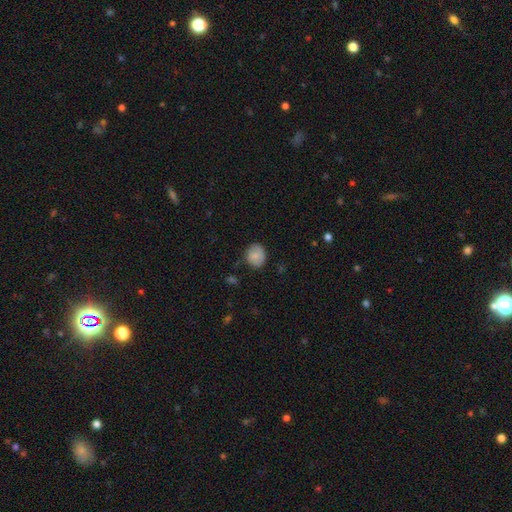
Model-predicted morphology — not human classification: A smooth galaxy with no disk features (81%) that is round (66%).

Vote fractions:
- Smooth or featured? smooth: 81% / featured or disk: 12% / star or artifact: 8%
- How rounded? round: 66% / in between: 33% / cigar-shaped: 1%
- Merging? none: 77% / minor disturbance: 18% / major disturbance: 4% / merger: 1%